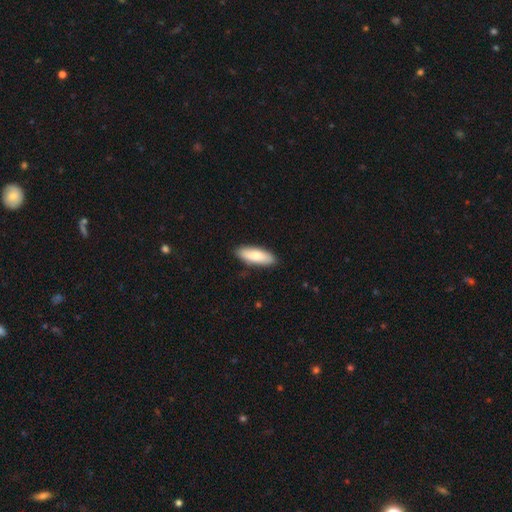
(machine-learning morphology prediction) Smooth or featured?
  - smooth: 82% *
  - featured or disk: 13%
  - star or artifact: 5%
How rounded?
  - in between: 59% *
  - cigar-shaped: 39%
  - round: 2%
Merging?
  - none: 89% *
  - minor disturbance: 9%
  - major disturbance: 2%
  - merger: 1%